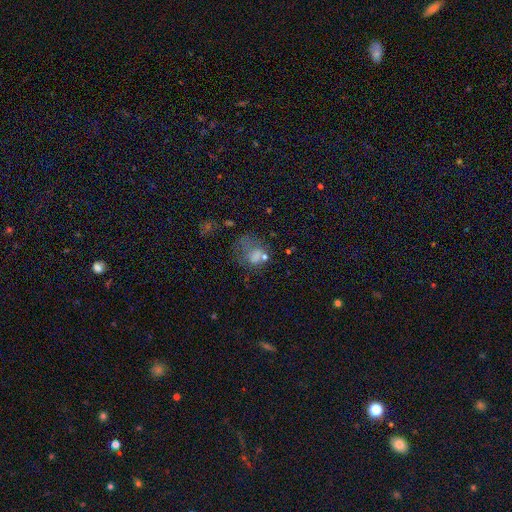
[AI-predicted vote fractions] Overall: smooth (57%; featured or disk 25%). How rounded: in between (52%; round 46%). Merging: major disturbance (41%; none 27%).